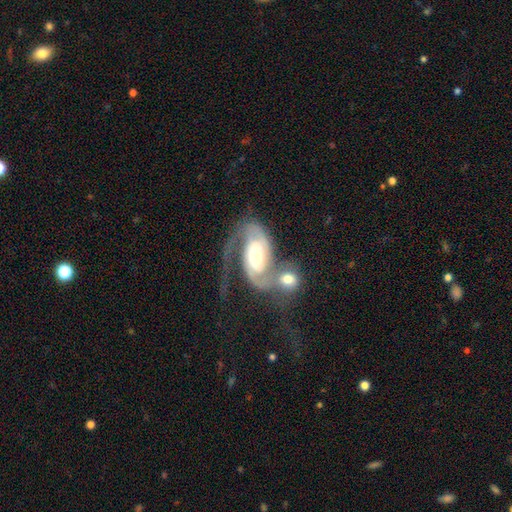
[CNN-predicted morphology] Smooth or featured? featured or disk (86%)
Edge-on disk? no (97%)
Bar? no (41%)
Spiral arms? yes (96%)
Spiral winding? medium (45%)
Spiral arm count? 2 (75%)
Bulge size? moderate (63%)
Merging? merger (57%)